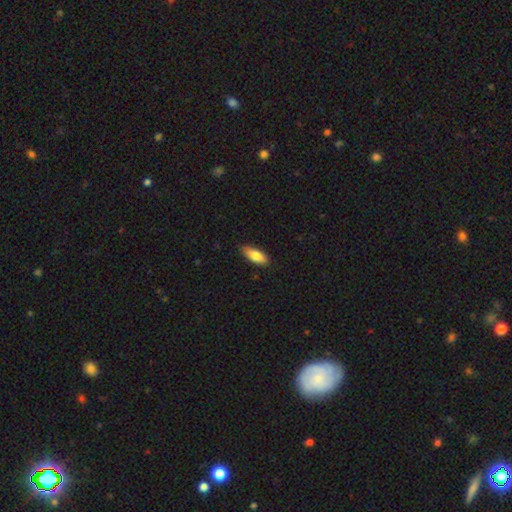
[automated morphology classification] A smooth galaxy with no disk features (83%) that is in between round and cigar-shaped (78%).

Vote fractions:
- Smooth or featured? smooth: 83% / featured or disk: 11% / star or artifact: 6%
- How rounded? in between: 78% / cigar-shaped: 20% / round: 2%
- Merging? none: 83% / minor disturbance: 14% / major disturbance: 2% / merger: 1%